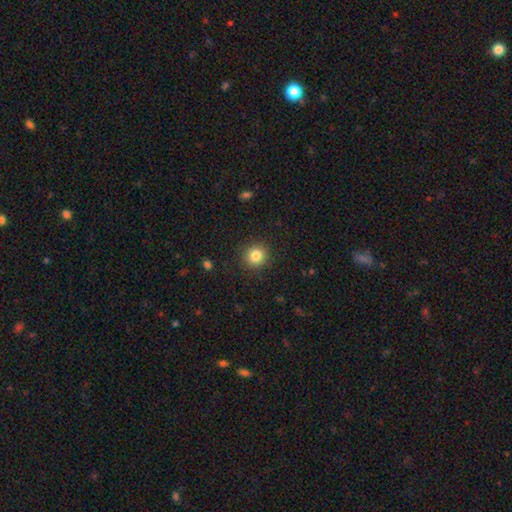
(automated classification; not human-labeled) The model was most divided on "smooth or featured": smooth: 83%, star or artifact: 11%, featured or disk: 6%. More confident: how rounded — round (91%); merging — none (90%).